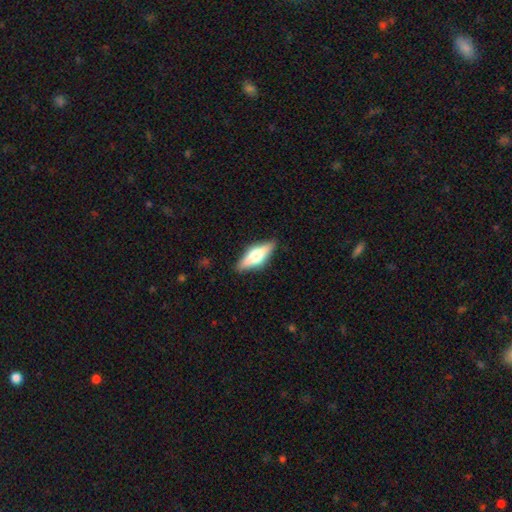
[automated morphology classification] Smooth or featured? smooth (47%)
Merging? none (86%)